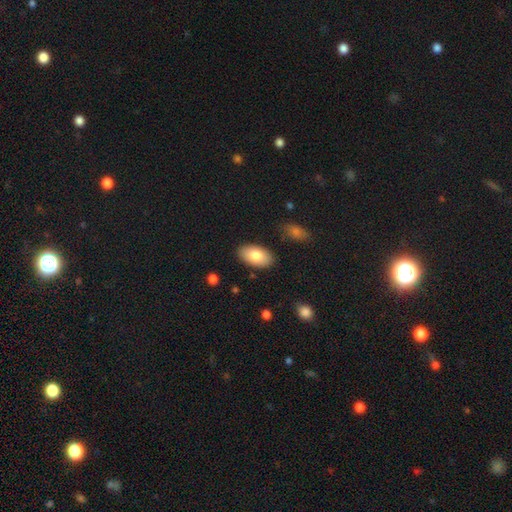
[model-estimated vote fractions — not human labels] The model was most divided on "smooth or featured": smooth: 80%, featured or disk: 14%, star or artifact: 6%. More confident: how rounded — in between (95%); merging — none (87%).